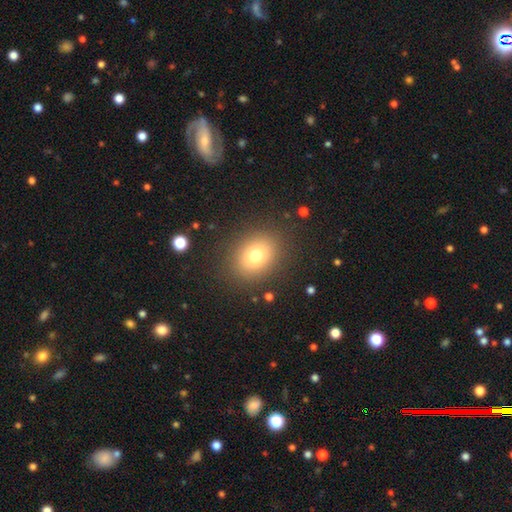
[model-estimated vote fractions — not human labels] smooth_or_featured: smooth (p=0.74) [alt: star or artifact p=0.14]
how_rounded: in between (p=0.50) [alt: round p=0.49]
merging: none (p=0.86) [alt: minor disturbance p=0.08]